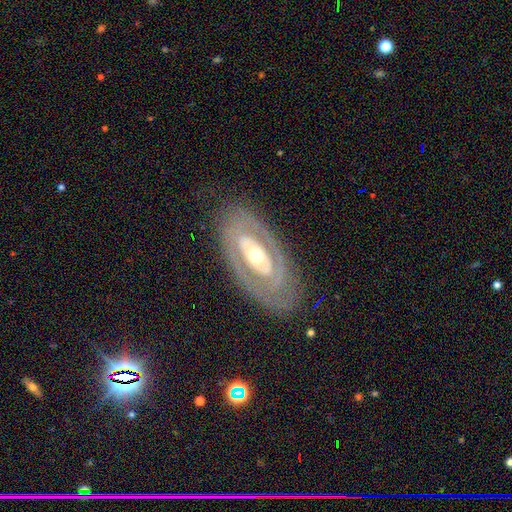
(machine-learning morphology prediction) Q: Smooth or featured?
A: featured or disk (78%); runner-up: smooth (17%)
Q: Edge-on disk?
A: no (90%); runner-up: yes (10%)
Q: Bar?
A: no (64%); runner-up: weak (21%)
Q: Spiral arms?
A: no (55%); runner-up: yes (45%)
Q: Bulge size?
A: moderate (67%); runner-up: small (23%)
Q: Merging?
A: none (80%); runner-up: minor disturbance (13%)